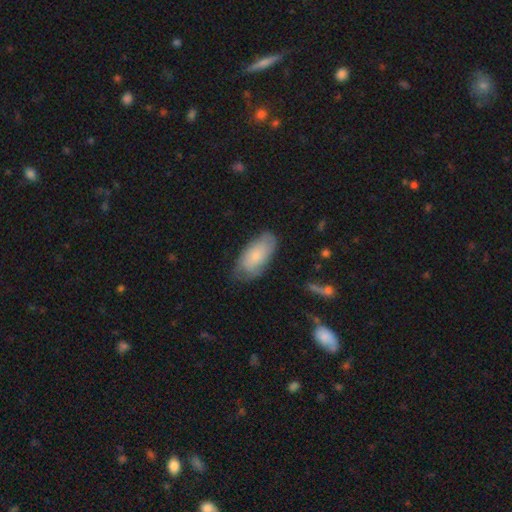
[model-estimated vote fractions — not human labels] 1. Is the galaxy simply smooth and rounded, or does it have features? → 72% smooth, 21% featured or disk, 6% star or artifact.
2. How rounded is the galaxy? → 92% in between, 6% cigar-shaped, 2% round.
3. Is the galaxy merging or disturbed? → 65% none, 27% minor disturbance, 6% major disturbance, 2% merger.